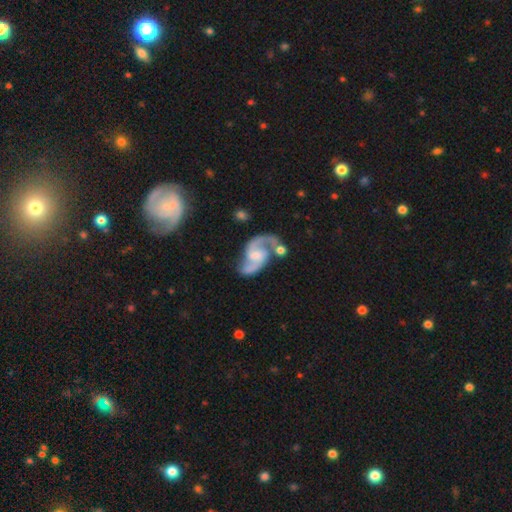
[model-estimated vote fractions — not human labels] smooth_or_featured: featured or disk (p=0.91) [alt: smooth p=0.05]
disk_edge_on: no (p=0.98) [alt: yes p=0.02]
bar: weak (p=0.52) [alt: no p=0.31]
has_spiral_arms: yes (p=0.98) [alt: no p=0.02]
spiral_winding: medium (p=0.54) [alt: loose p=0.33]
spiral_arm_count: 2 (p=0.93) [alt: 1 p=0.02]
bulge_size: small (p=0.36) [alt: moderate p=0.35]
merging: none (p=0.58) [alt: minor disturbance p=0.18]